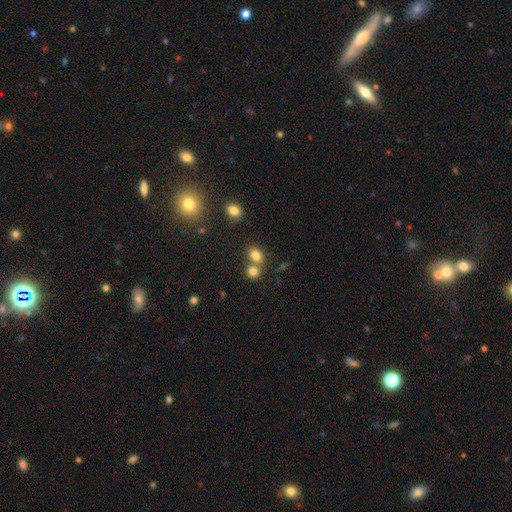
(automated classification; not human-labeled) Smooth or featured?
  - smooth: 80% *
  - star or artifact: 12%
  - featured or disk: 8%
How rounded?
  - in between: 63% *
  - round: 35%
  - cigar-shaped: 2%
Merging?
  - none: 50% *
  - merger: 37%
  - minor disturbance: 10%
  - major disturbance: 4%